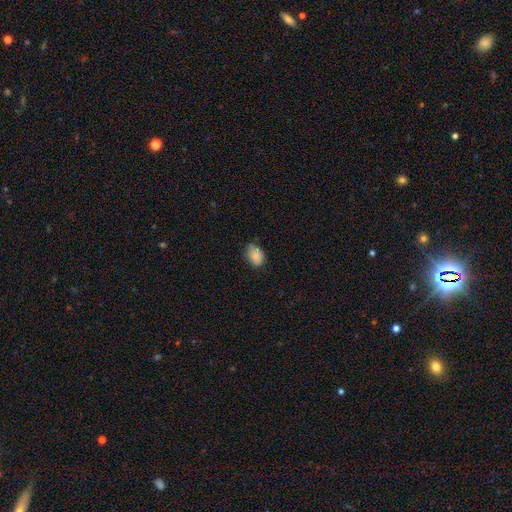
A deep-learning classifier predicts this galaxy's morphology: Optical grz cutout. It shows a smooth galaxy with no disk features (84%) that is in between round and cigar-shaped (79%). Merging: none (65%).